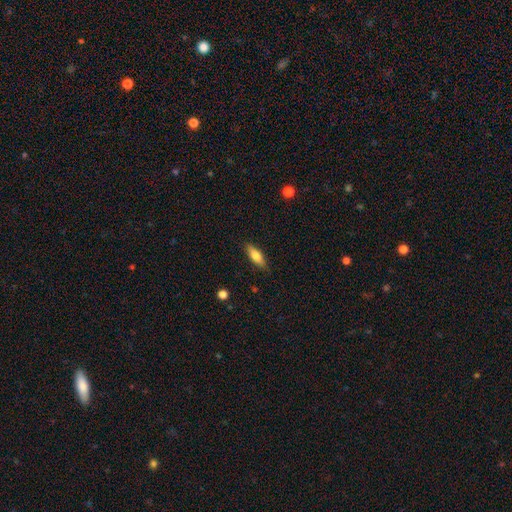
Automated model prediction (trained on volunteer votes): The model was most divided on "how rounded": in between: 58%, cigar-shaped: 40%, round: 2%. More confident: merging — none (86%); smooth or featured — smooth (72%).